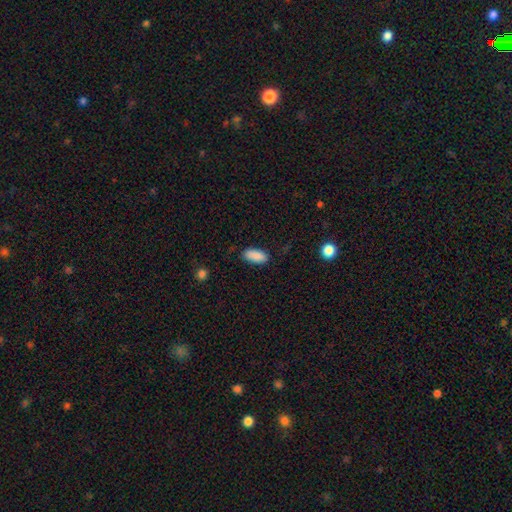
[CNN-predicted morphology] smooth 90%, star or artifact 7%, featured or disk 4%. Down the decision tree: how rounded — in between (89%); merging — none (85%).